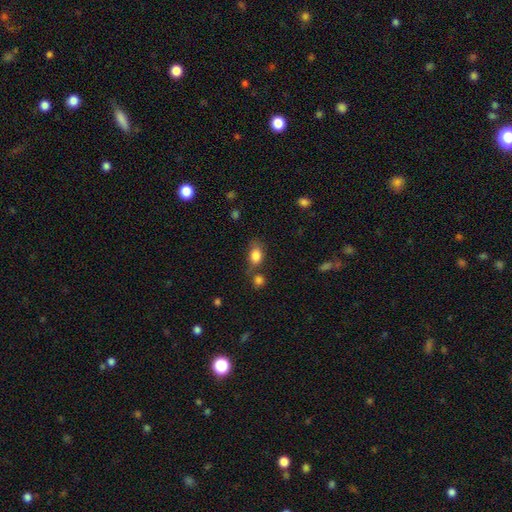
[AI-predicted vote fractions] Smooth or featured?
  - smooth: 83% *
  - star or artifact: 9%
  - featured or disk: 8%
How rounded?
  - in between: 77% *
  - round: 21%
  - cigar-shaped: 2%
Merging?
  - none: 52% *
  - minor disturbance: 20%
  - merger: 19%
  - major disturbance: 8%